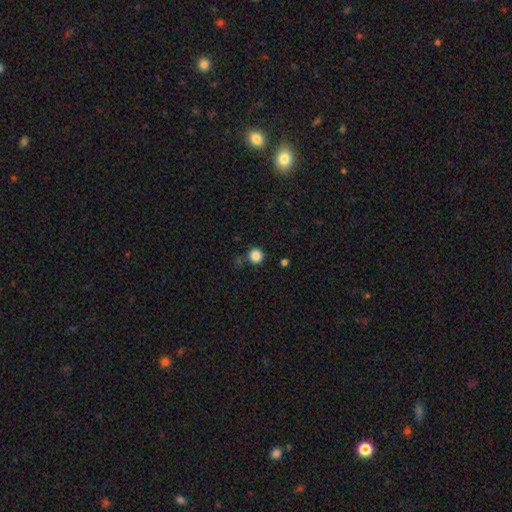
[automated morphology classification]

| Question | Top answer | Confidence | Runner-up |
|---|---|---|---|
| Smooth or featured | smooth | 86% | star or artifact (11%) |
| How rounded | round | 96% | in between (4%) |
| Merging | none | 84% | minor disturbance (8%) |